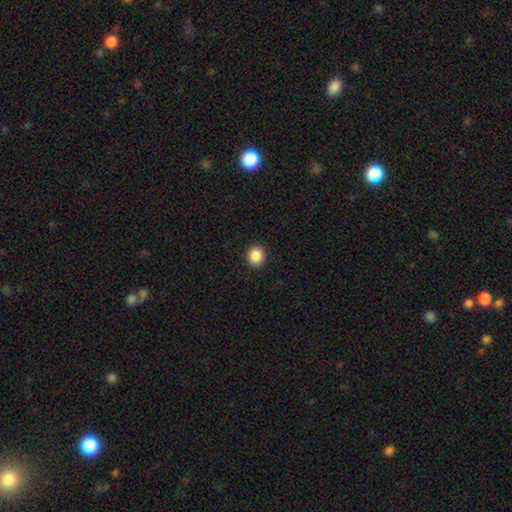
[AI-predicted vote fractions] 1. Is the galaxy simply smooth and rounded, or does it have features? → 87% smooth, 9% star or artifact, 3% featured or disk.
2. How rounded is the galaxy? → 77% round, 22% in between, 1% cigar-shaped.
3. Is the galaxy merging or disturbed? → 92% none, 5% minor disturbance, 2% major disturbance, 1% merger.